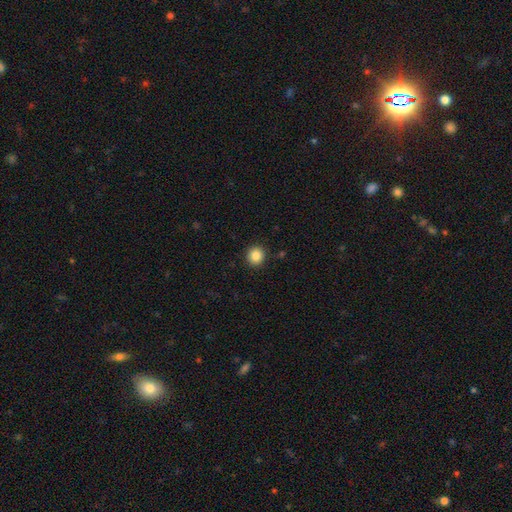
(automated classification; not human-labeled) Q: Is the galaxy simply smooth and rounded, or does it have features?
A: smooth — 86%.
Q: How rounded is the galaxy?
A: round — 91%.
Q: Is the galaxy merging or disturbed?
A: none — 91%.